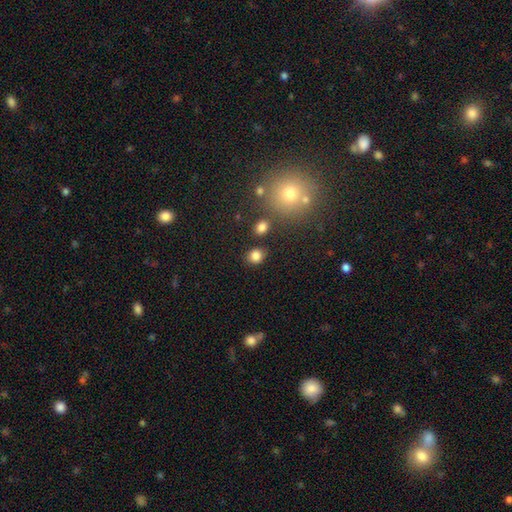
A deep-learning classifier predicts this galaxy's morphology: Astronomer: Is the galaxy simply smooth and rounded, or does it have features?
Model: smooth — 83%.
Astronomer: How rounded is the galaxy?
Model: round — 67%.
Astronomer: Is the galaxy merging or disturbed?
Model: none — 80%.